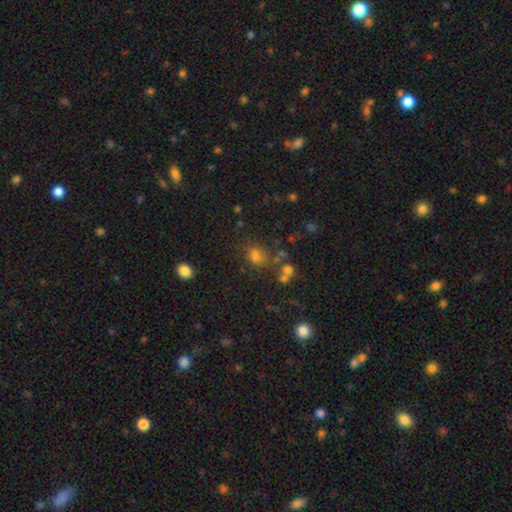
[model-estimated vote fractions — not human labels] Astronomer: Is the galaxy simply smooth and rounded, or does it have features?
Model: smooth — 67%.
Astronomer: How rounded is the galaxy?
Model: round — 59% (runner-up: in between, 40%).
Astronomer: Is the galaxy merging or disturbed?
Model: none — 63%.